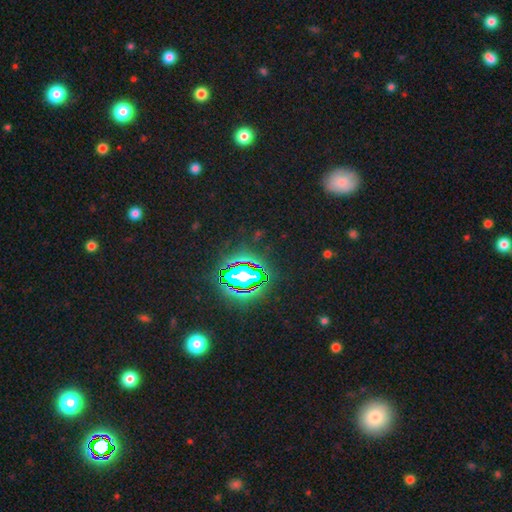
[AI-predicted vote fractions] This appears to be a star or artifact, not a galaxy (79%).